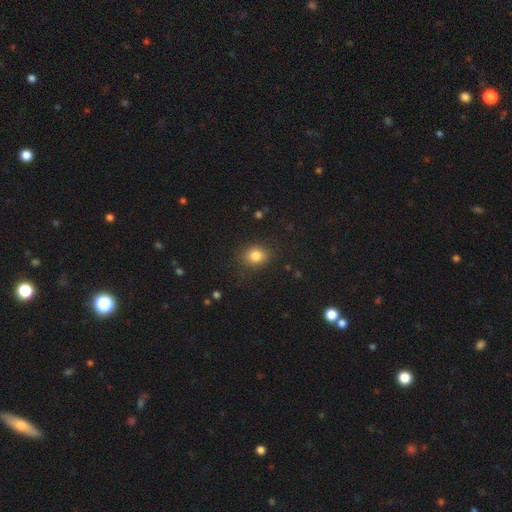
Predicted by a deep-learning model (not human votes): Smooth or featured: smooth — 83% (star or artifact — 11%)
How rounded: round — 57% (in between — 42%)
Merging: none — 84% (minor disturbance — 11%)